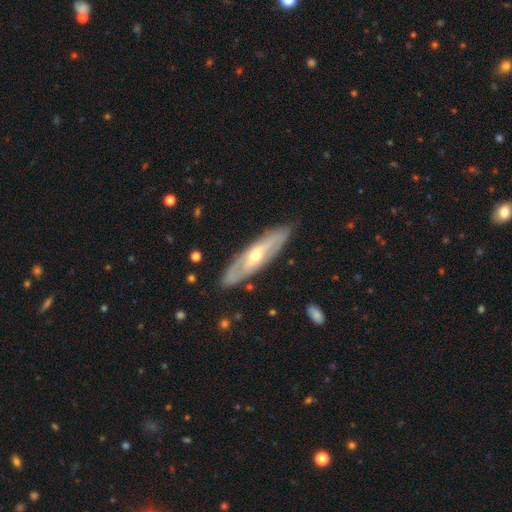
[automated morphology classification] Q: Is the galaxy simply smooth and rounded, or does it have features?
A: featured or disk — 71%.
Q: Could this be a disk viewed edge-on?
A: no — 58%.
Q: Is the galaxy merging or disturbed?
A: none — 84%.